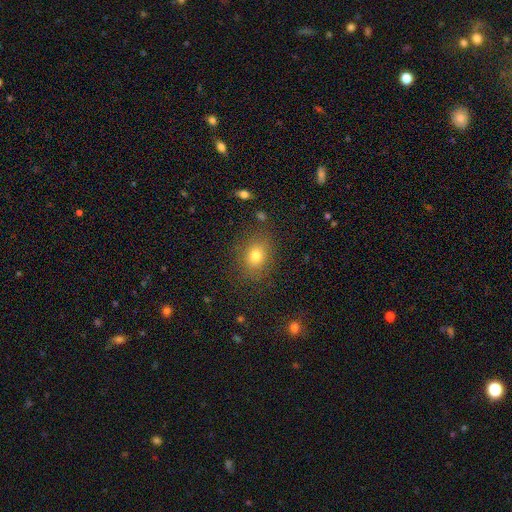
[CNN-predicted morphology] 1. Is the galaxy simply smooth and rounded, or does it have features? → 77% smooth, 13% star or artifact, 10% featured or disk.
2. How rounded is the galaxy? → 55% round, 44% in between, 1% cigar-shaped.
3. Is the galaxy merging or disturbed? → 82% none, 12% minor disturbance, 4% major disturbance, 2% merger.